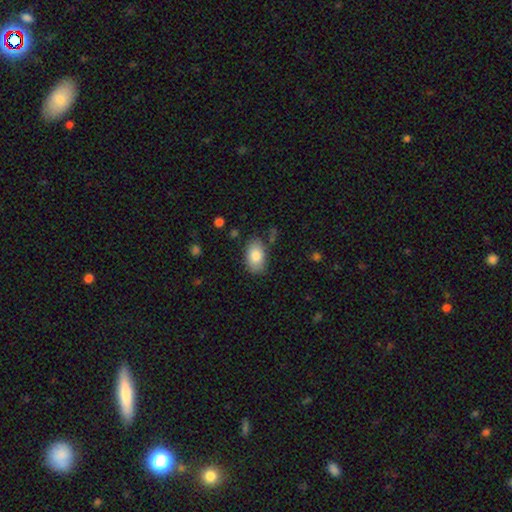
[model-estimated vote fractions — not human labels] smooth_or_featured: smooth (p=0.83) [alt: featured or disk p=0.10]
how_rounded: in between (p=0.91) [alt: round p=0.07]
merging: none (p=0.78) [alt: minor disturbance p=0.16]